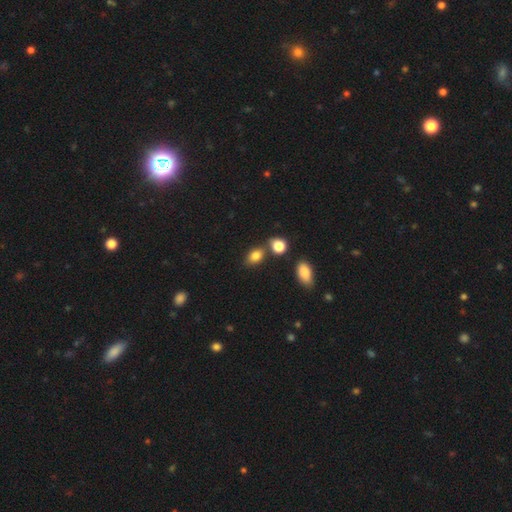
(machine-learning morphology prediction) smooth_or_featured: smooth (p=0.83) [alt: star or artifact p=0.10]
how_rounded: in between (p=0.77) [alt: round p=0.21]
merging: none (p=0.64) [alt: merger p=0.19]